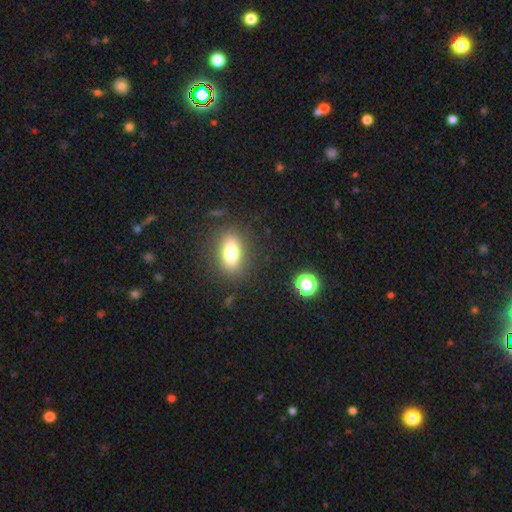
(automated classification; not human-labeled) Morphology: type=smooth (63%); roundness=in between (74%); merging=none (87%).